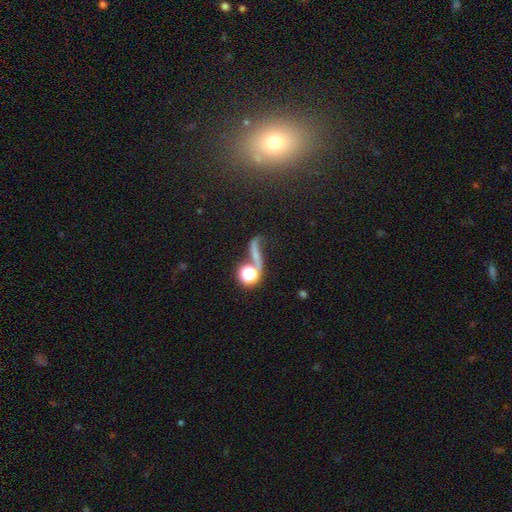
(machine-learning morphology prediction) A featured or disk galaxy (38%). Merging: none (40%).